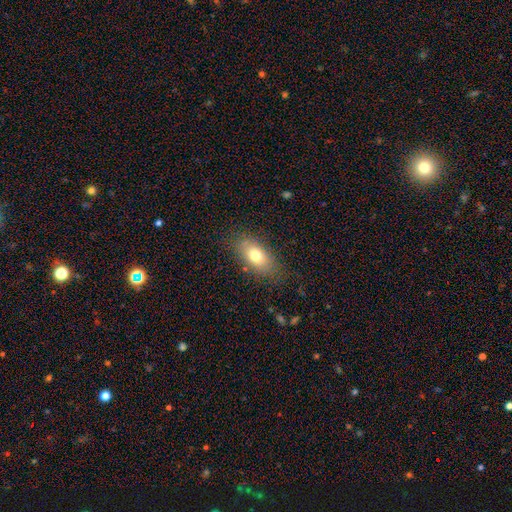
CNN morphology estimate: Q: Smooth or featured?
A: smooth (74%); runner-up: featured or disk (18%)
Q: How rounded?
A: in between (86%); runner-up: round (8%)
Q: Merging?
A: none (78%); runner-up: minor disturbance (16%)